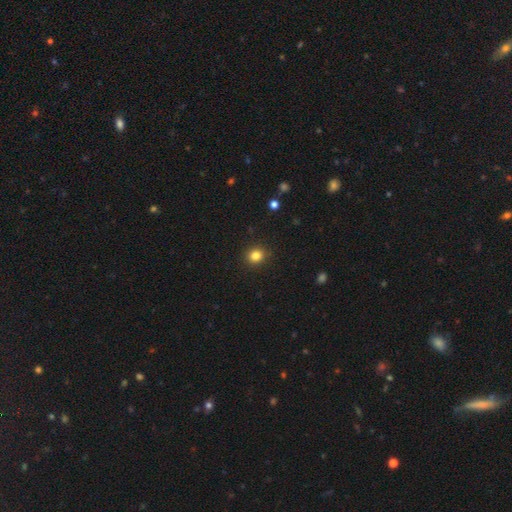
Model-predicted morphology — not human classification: smooth-or-featured: smooth: 83% | star or artifact: 12% | featured or disk: 5%
  how-rounded: round: 81% | in between: 18% | cigar-shaped: 1%
  merging: none: 90% | minor disturbance: 7% | major disturbance: 2% | merger: 1%